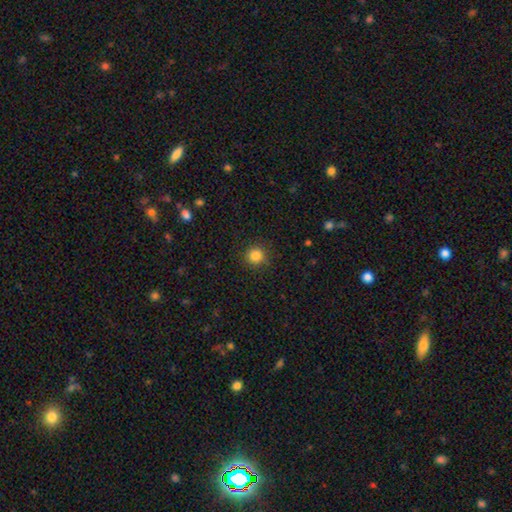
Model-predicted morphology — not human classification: Smooth or featured? smooth (84%)
How rounded? round (94%)
Merging? none (90%)